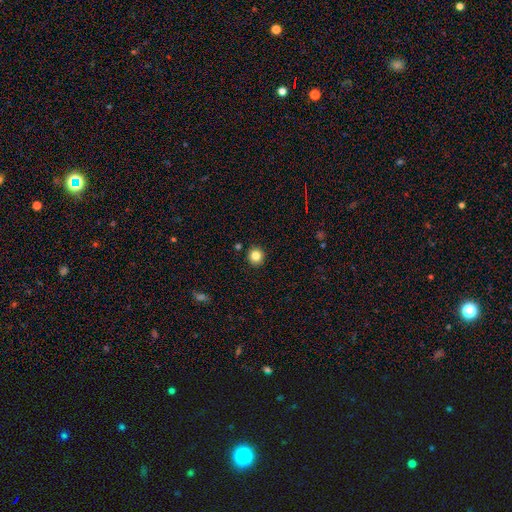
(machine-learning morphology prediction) Smooth or featured?
  - smooth: 84% *
  - star or artifact: 11%
  - featured or disk: 5%
How rounded?
  - round: 94% *
  - in between: 5%
  - cigar-shaped: 1%
Merging?
  - none: 92% *
  - minor disturbance: 5%
  - major disturbance: 2%
  - merger: 2%